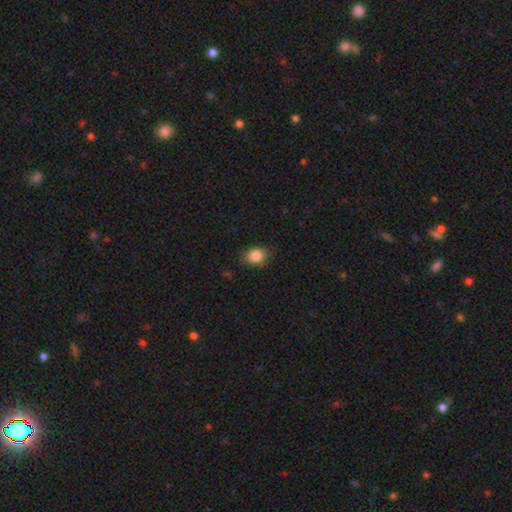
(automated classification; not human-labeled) The model was most divided on "how rounded": in between: 54%, round: 45%, cigar-shaped: 1%. More confident: smooth or featured — smooth (86%); merging — none (78%).